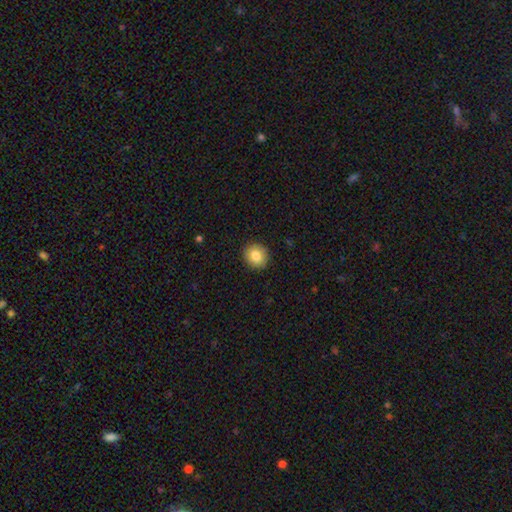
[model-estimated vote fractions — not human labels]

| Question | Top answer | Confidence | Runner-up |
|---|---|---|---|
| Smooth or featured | smooth | 83% | featured or disk (9%) |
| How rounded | round | 84% | in between (15%) |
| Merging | none | 91% | minor disturbance (7%) |